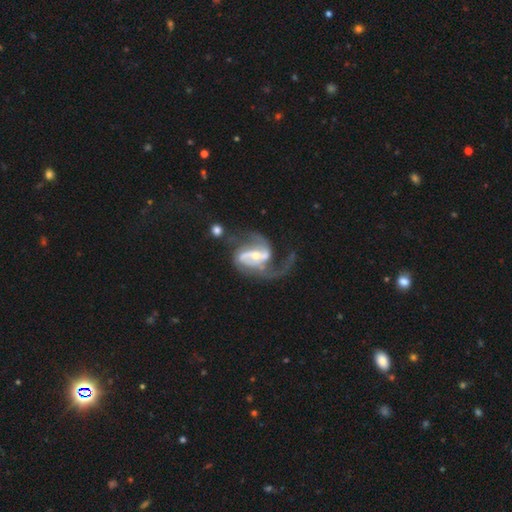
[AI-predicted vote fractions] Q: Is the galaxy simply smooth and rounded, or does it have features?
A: featured or disk — 89%.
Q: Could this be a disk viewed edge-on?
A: no — 98%.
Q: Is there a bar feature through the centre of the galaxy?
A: weak — 40%.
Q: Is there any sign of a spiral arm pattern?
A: yes — 96%.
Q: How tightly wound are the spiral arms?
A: medium — 43%, tied with loose.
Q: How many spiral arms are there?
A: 2 — 74%.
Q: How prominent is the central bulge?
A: moderate — 46%.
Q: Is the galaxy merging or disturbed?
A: major disturbance — 36%.